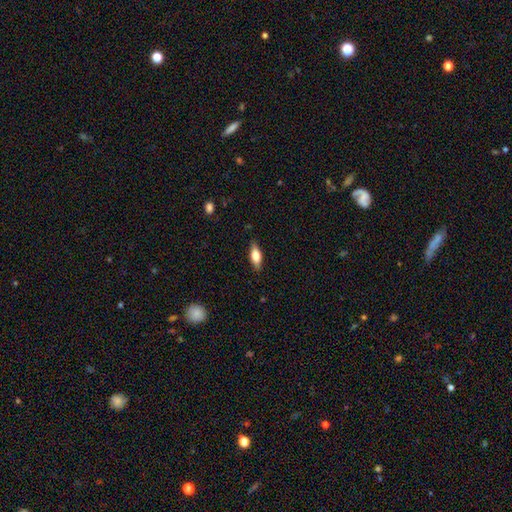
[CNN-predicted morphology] Smooth or featured? Predicted: smooth (p=0.69). How rounded? Predicted: in between (p=0.70). Merging? Predicted: none (p=0.86).